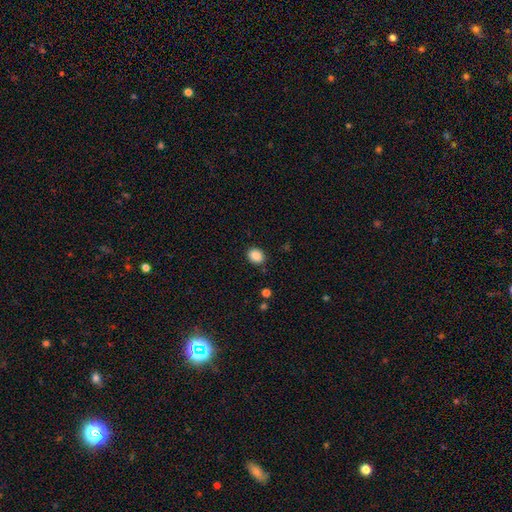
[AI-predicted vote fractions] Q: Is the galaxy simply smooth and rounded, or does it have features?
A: smooth — 88%.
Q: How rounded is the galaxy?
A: round — 51%.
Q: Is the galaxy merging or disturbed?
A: none — 87%.